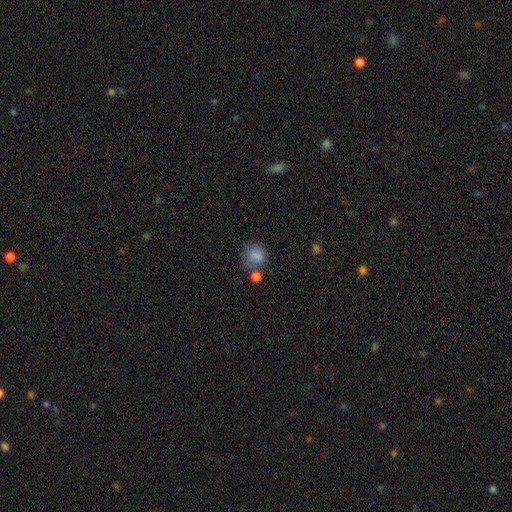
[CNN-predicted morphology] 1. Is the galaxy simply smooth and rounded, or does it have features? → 82% smooth, 11% star or artifact, 8% featured or disk.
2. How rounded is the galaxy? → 75% round, 24% in between, 1% cigar-shaped.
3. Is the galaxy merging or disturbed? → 54% none, 20% minor disturbance, 15% merger, 10% major disturbance.